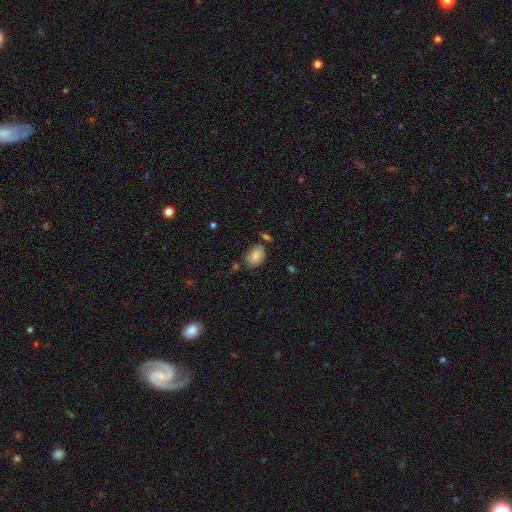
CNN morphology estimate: This is likely a smooth galaxy (80%). How rounded: likely in between (79%). Merging: likely none (68%).